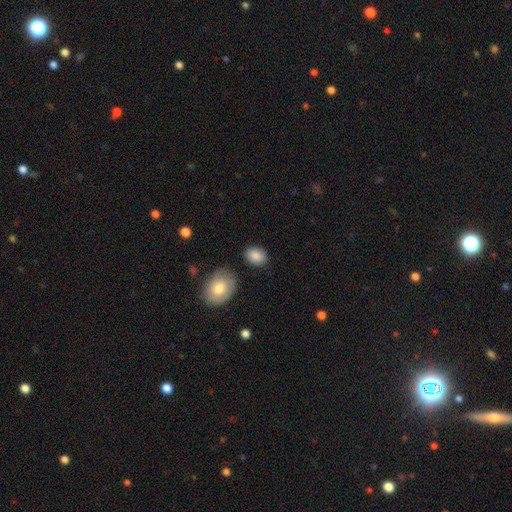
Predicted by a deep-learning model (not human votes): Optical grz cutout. It shows a smooth galaxy with no disk features (87%) that is in between round and cigar-shaped (70%). Merging: none (81%).